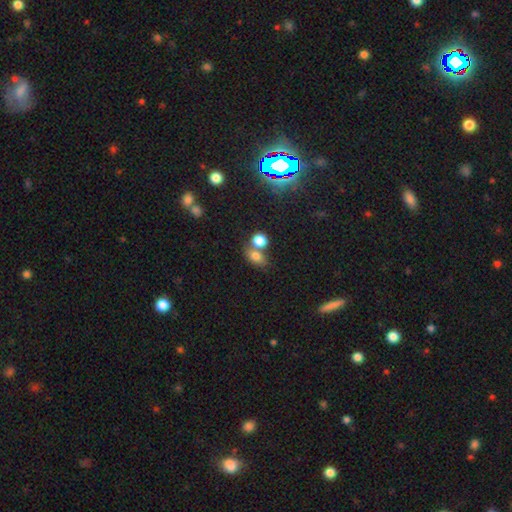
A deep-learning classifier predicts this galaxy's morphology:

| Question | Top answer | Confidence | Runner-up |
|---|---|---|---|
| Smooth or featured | smooth | 77% | star or artifact (13%) |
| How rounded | in between | 63% | round (35%) |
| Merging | merger | 45% | none (41%) |